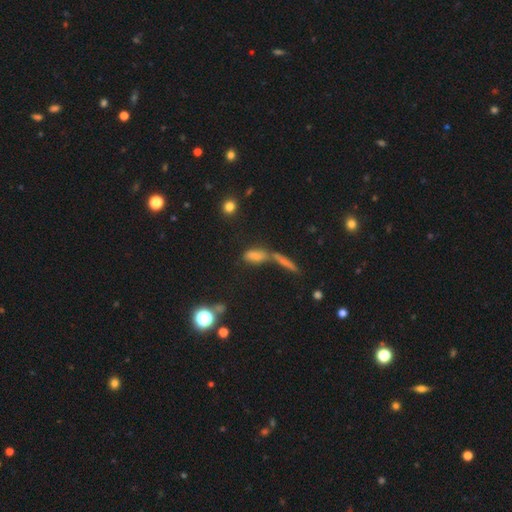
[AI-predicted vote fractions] The model was most divided on "how rounded": in between: 49%, cigar-shaped: 41%, round: 10%. Remaining: smooth or featured — smooth (54%); merging — merger (45%).